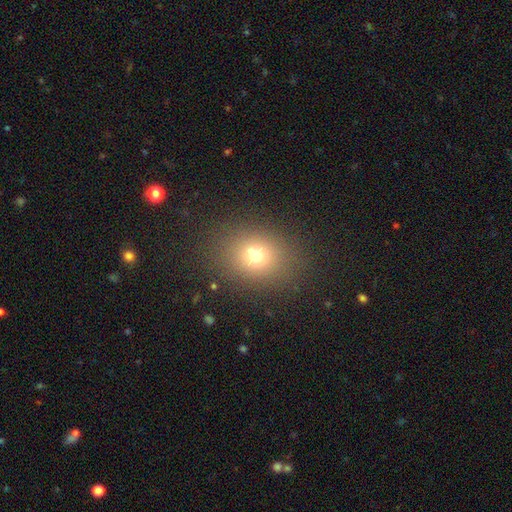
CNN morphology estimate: This is likely a smooth galaxy (71%). How rounded: possibly round (55%). Merging: clearly none (84%).